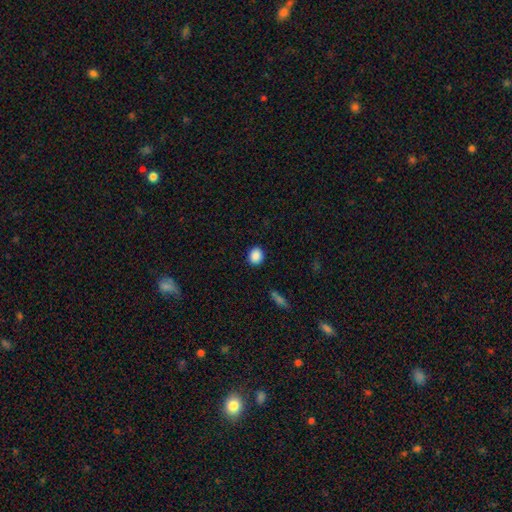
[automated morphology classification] Smooth or featured? smooth (88%)
How rounded? round (71%)
Merging? none (90%)